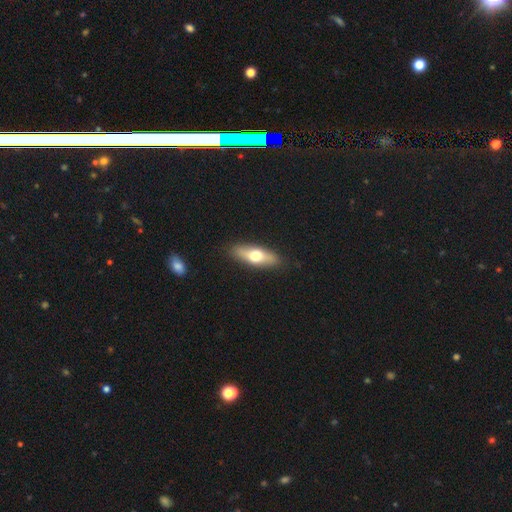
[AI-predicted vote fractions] A smooth galaxy with no disk features (57%) that is in between round and cigar-shaped (52%). Merging: none (88%).